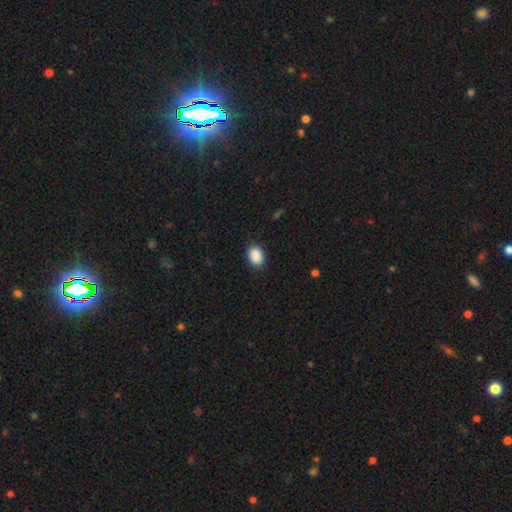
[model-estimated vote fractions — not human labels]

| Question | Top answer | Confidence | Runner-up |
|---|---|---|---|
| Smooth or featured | smooth | 90% | star or artifact (7%) |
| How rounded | in between | 78% | round (21%) |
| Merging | none | 88% | minor disturbance (8%) |